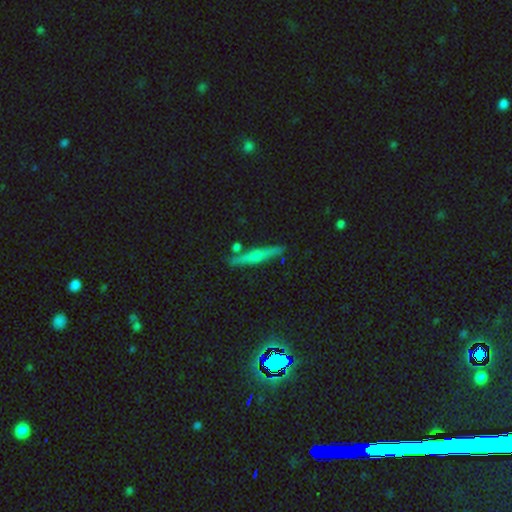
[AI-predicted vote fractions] Q: Smooth or featured?
A: featured or disk (48%); runner-up: smooth (41%)
Q: Merging?
A: none (84%); runner-up: minor disturbance (9%)